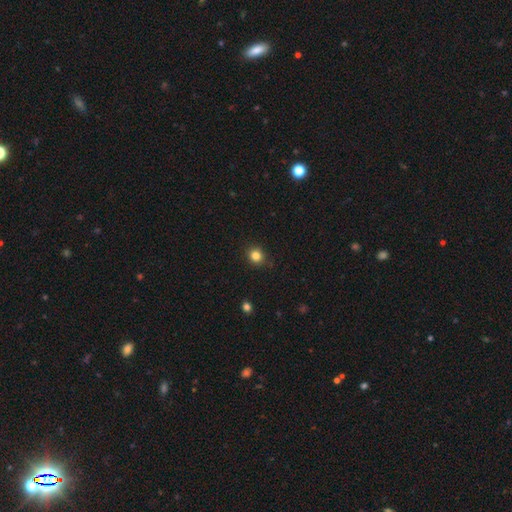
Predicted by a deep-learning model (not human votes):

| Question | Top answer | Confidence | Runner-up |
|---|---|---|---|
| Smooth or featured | smooth | 83% | star or artifact (13%) |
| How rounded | round | 86% | in between (13%) |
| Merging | none | 88% | minor disturbance (9%) |